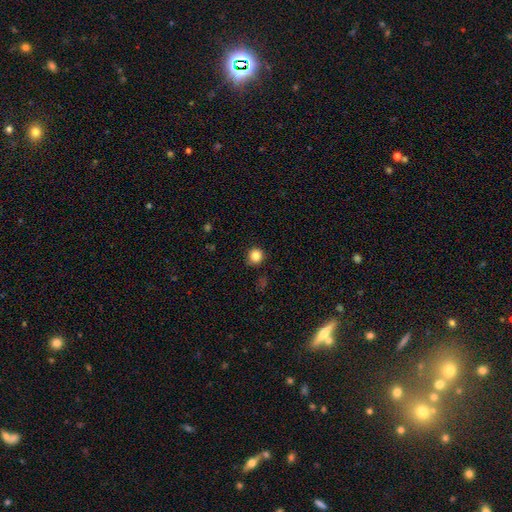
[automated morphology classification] type=smooth (85%); roundness=round (92%); merging=none (86%).